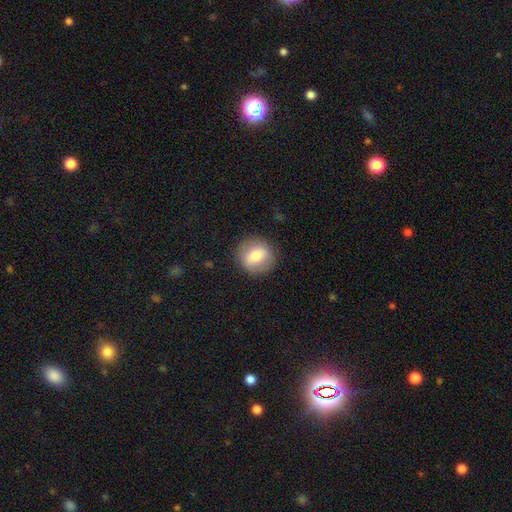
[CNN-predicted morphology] Smooth or featured? Predicted: smooth (p=0.72). How rounded? Predicted: round (p=0.88). Merging? Predicted: none (p=0.87).